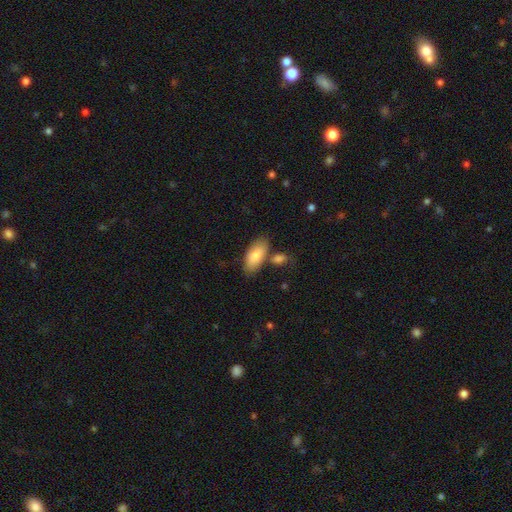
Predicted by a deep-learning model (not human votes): A smooth galaxy with no disk features (81%) that is in between round and cigar-shaped (89%).

Vote fractions:
- Smooth or featured? smooth: 81% / featured or disk: 13% / star or artifact: 6%
- How rounded? in between: 89% / cigar-shaped: 8% / round: 3%
- Merging? none: 65% / merger: 16% / minor disturbance: 15% / major disturbance: 4%